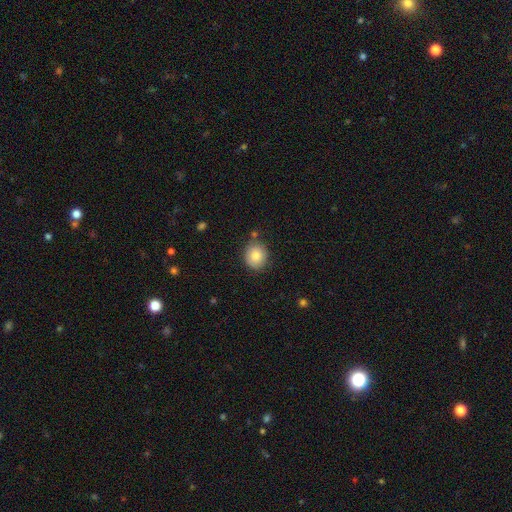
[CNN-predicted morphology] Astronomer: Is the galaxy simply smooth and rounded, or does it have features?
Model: smooth — 84%.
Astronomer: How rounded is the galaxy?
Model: round — 71%.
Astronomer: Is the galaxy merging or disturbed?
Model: none — 79%.